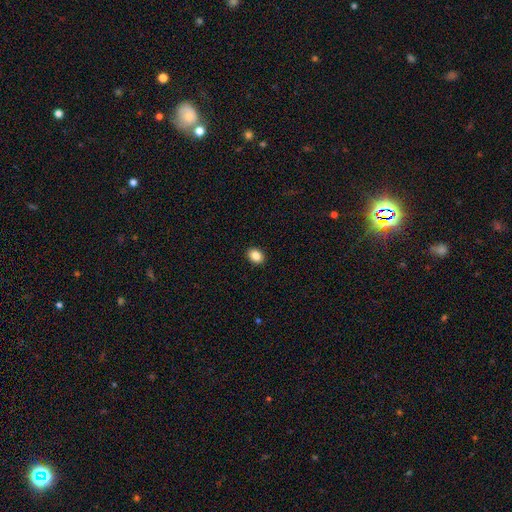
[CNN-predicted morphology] The model was most divided on "how rounded": in between: 66%, round: 33%, cigar-shaped: 1%. More confident: merging — none (91%); smooth or featured — smooth (86%).